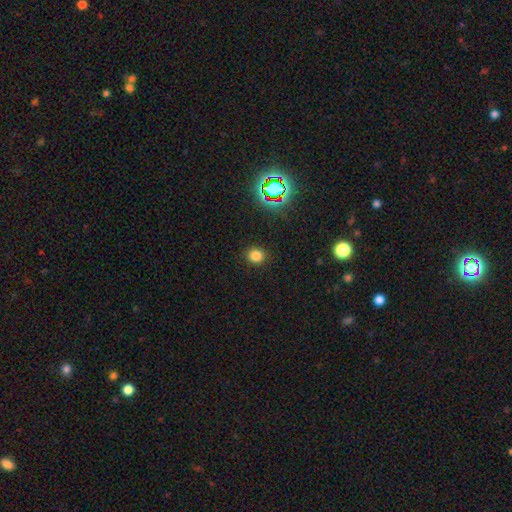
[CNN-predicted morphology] Smooth or featured?
  - smooth: 78% *
  - star or artifact: 17%
  - featured or disk: 5%
How rounded?
  - round: 82% *
  - in between: 17%
  - cigar-shaped: 1%
Merging?
  - none: 89% *
  - minor disturbance: 7%
  - major disturbance: 2%
  - merger: 1%